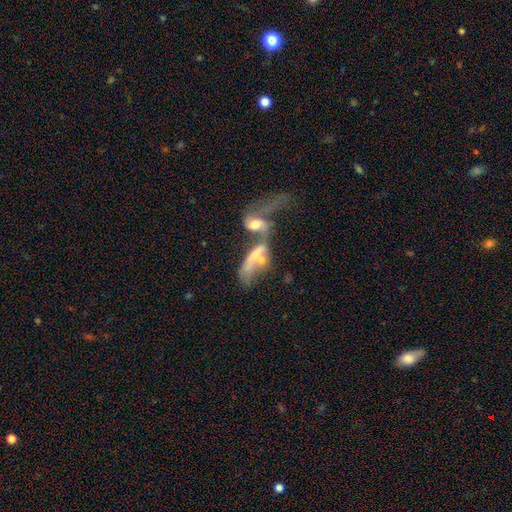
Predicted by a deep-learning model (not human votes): featured or disk 61%, smooth 28%, star or artifact 12%. Down the decision tree: edge-on disk — no (86%); bar — no (67%); spiral arms — no (51%); bulge size — moderate (36%); merging — merger (69%).